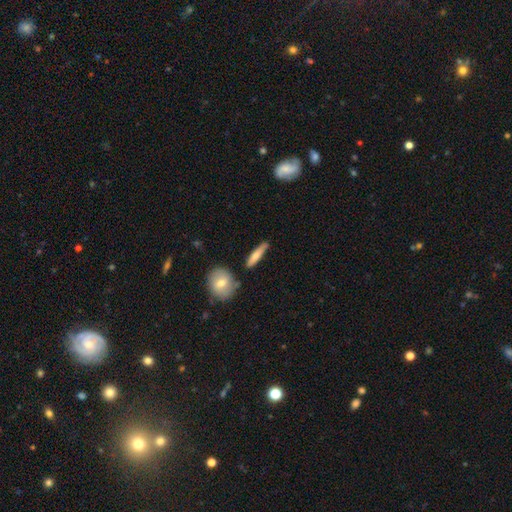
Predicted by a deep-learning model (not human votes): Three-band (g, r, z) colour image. It shows a smooth galaxy with no disk features (67%) that is cigar-shaped (81%). Merging: none (78%).